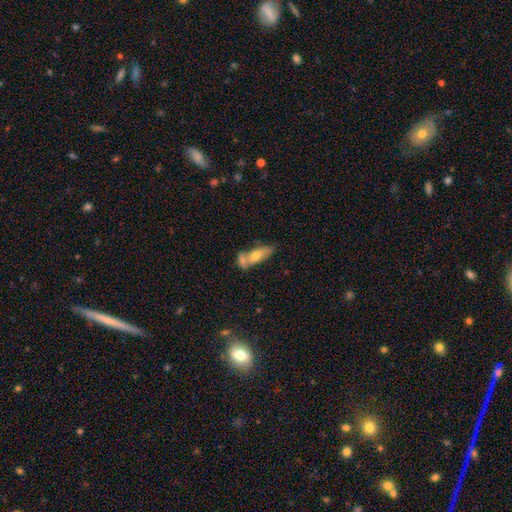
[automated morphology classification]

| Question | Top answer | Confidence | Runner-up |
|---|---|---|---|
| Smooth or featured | smooth | 57% | featured or disk (36%) |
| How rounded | in between | 63% | cigar-shaped (33%) |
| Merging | merger | 44% | none (33%) |